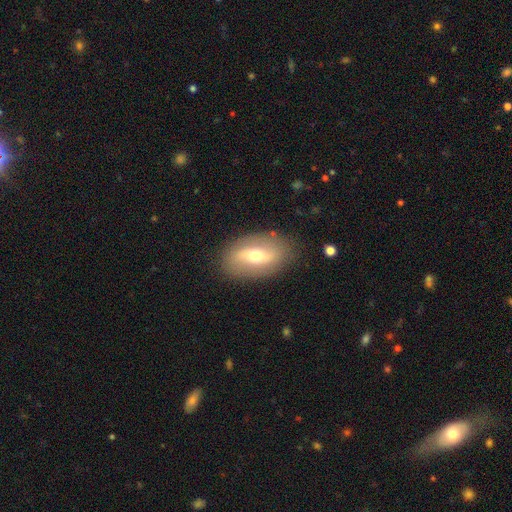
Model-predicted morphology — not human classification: Smooth or featured: featured or disk — 54% (smooth — 38%)
Edge-on disk: no — 86% (yes — 14%)
Merging: none — 84% (minor disturbance — 11%)